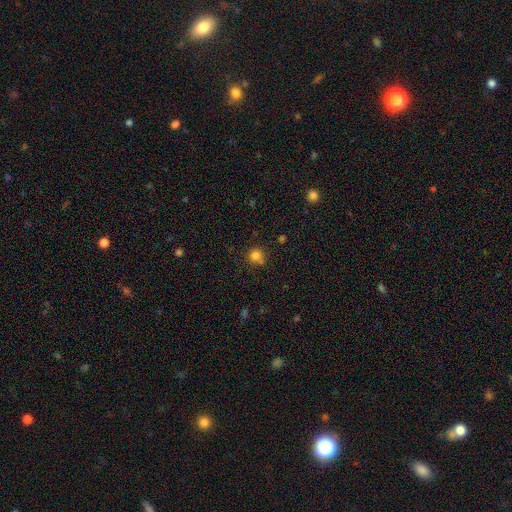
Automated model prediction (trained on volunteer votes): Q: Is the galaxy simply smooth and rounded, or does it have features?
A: smooth — 80%.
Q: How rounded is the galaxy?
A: round — 91%.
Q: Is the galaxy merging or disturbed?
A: none — 70%.